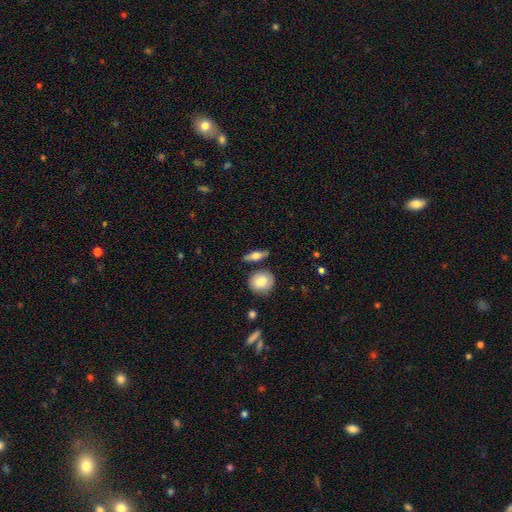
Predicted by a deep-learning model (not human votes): The model was most divided on "how rounded": in between: 50%, cigar-shaped: 35%, round: 15%. More confident: merging — none (78%); smooth or featured — smooth (60%).